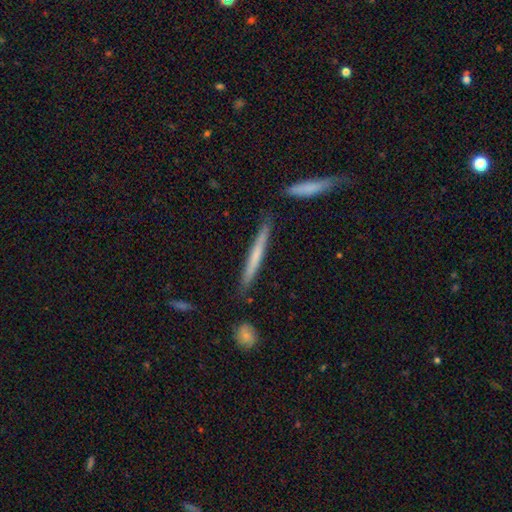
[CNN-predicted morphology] type=smooth (53%); roundness=cigar-shaped (96%); merging=none (85%).